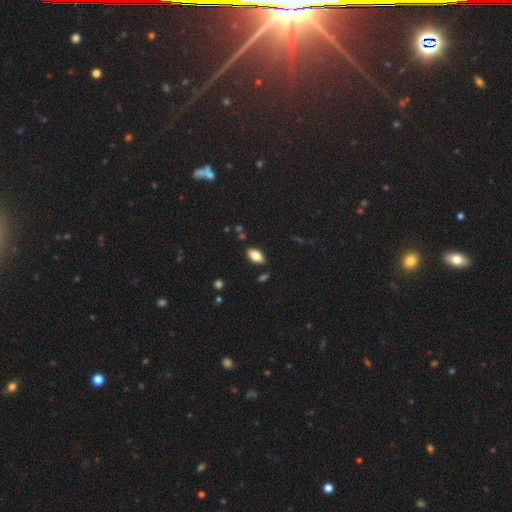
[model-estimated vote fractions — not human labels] smooth_or_featured: smooth (p=0.82) [alt: featured or disk p=0.11]
how_rounded: in between (p=0.93) [alt: cigar-shaped p=0.04]
merging: none (p=0.85) [alt: minor disturbance p=0.10]